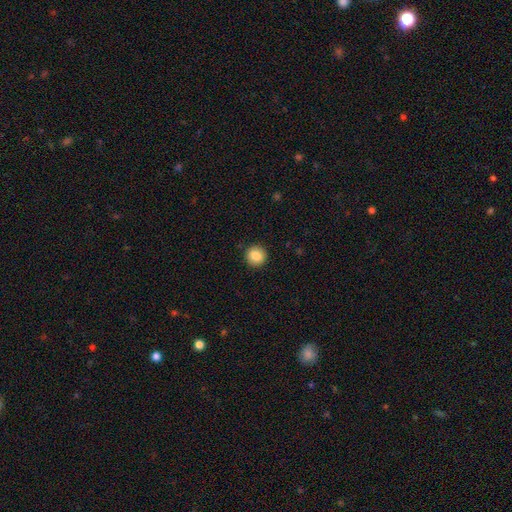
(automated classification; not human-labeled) Overall: smooth (85%). How rounded: round (92%). Merging: none (92%).